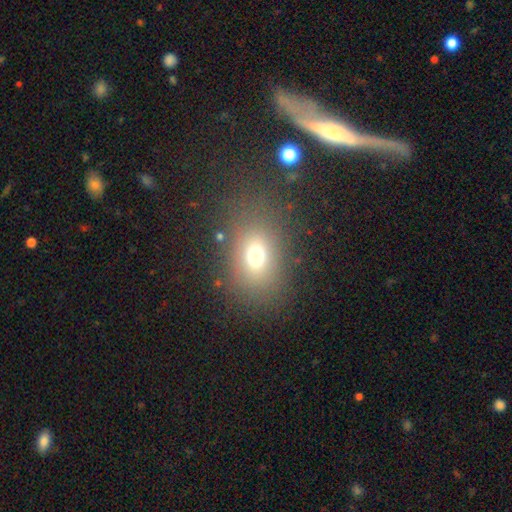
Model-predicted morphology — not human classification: smooth_or_featured: smooth (p=0.71) [alt: star or artifact p=0.17]
how_rounded: in between (p=0.62) [alt: round p=0.36]
merging: none (p=0.76) [alt: minor disturbance p=0.12]